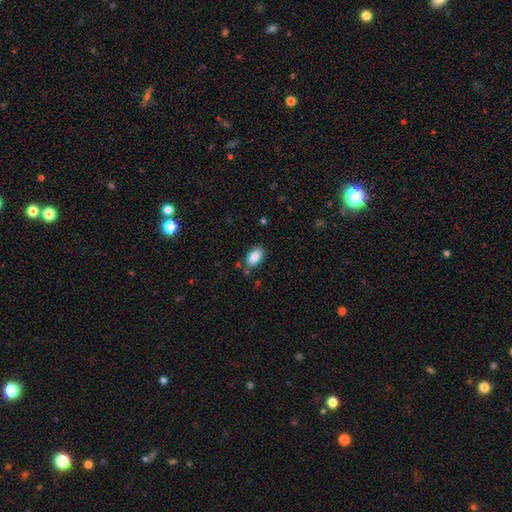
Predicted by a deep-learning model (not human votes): The model was most divided on "merging": none: 77%, minor disturbance: 15%, merger: 5%, major disturbance: 3%. More confident: how rounded — in between (93%); smooth or featured — smooth (87%).